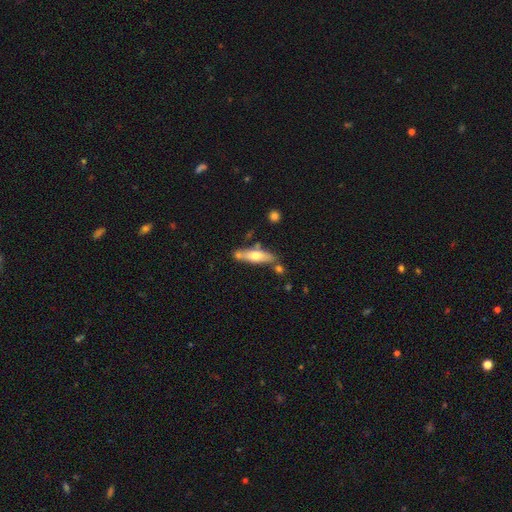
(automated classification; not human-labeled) Q: Smooth or featured?
A: smooth (55%); runner-up: featured or disk (39%)
Q: How rounded?
A: cigar-shaped (63%); runner-up: in between (35%)
Q: Merging?
A: none (67%); runner-up: minor disturbance (15%)